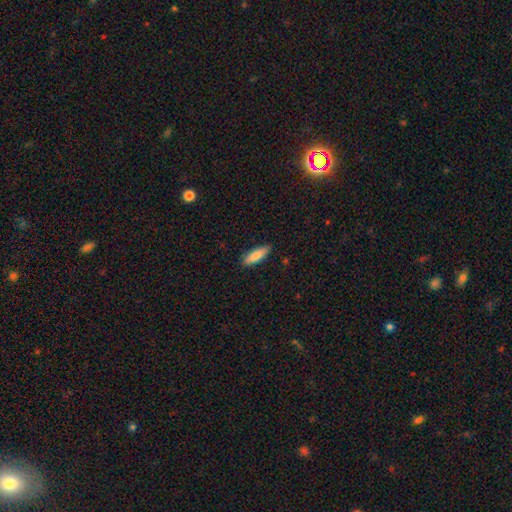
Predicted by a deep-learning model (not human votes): smooth_or_featured: smooth (p=0.79) [alt: featured or disk p=0.15]
how_rounded: in between (p=0.51) [alt: cigar-shaped p=0.48]
merging: none (p=0.87) [alt: minor disturbance p=0.10]